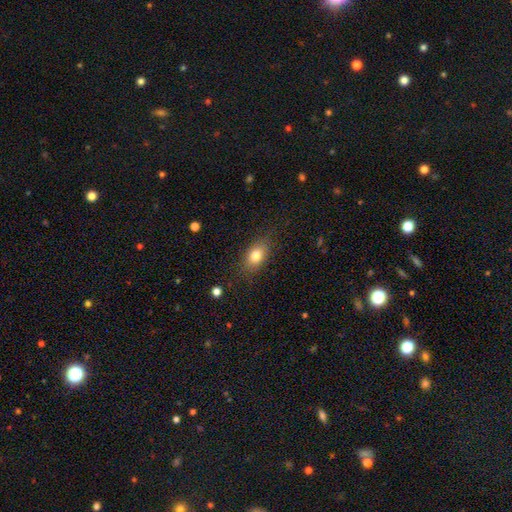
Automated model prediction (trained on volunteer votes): A smooth galaxy with no disk features (79%) that is in between round and cigar-shaped (80%). Merging: none (82%).